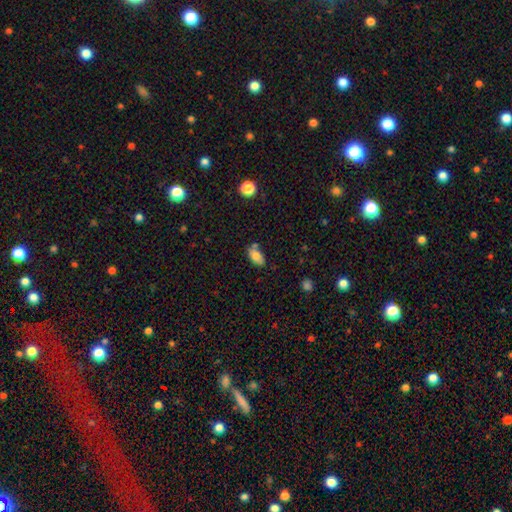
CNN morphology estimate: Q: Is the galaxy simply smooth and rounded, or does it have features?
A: smooth — 79%.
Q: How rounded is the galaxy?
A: in between — 91%.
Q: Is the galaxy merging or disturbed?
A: none — 63%.